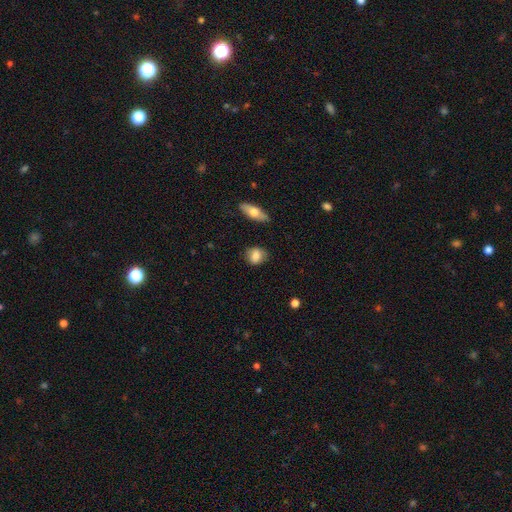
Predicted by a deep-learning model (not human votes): smooth_or_featured: smooth (p=0.81) [alt: featured or disk p=0.12]
how_rounded: round (p=0.53) [alt: in between p=0.44]
merging: none (p=0.79) [alt: minor disturbance p=0.15]